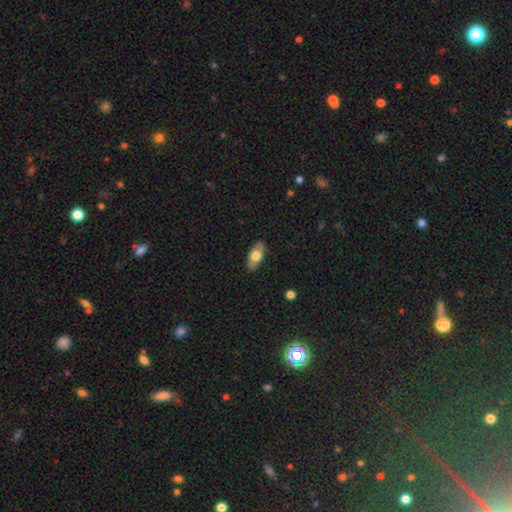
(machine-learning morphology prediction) type=smooth (67%); roundness=in between (86%); merging=none (86%).